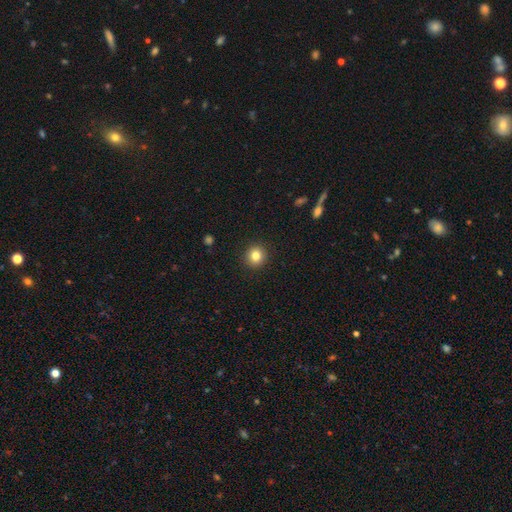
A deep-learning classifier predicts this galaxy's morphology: Overall: smooth (83%). How rounded: round (92%). Merging: none (92%).